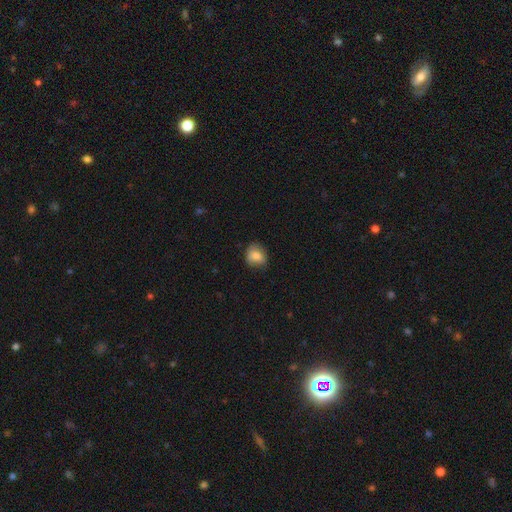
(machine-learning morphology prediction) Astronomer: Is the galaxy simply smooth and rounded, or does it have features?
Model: smooth — 80%.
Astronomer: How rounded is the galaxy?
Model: round — 57% (runner-up: in between, 42%).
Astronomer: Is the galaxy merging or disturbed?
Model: none — 68%.